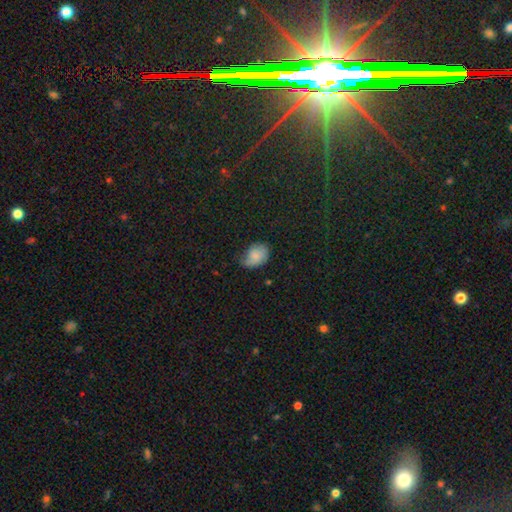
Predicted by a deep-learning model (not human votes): This appears to be a smooth galaxy with no disk features (71%) that is in between round and cigar-shaped (75%). Merging: none (42%).